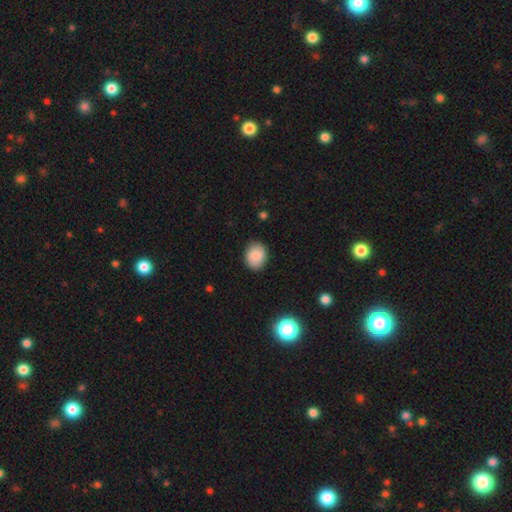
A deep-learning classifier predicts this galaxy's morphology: Overall: smooth (83%). How rounded: in between (54%; round 45%). Merging: none (87%).